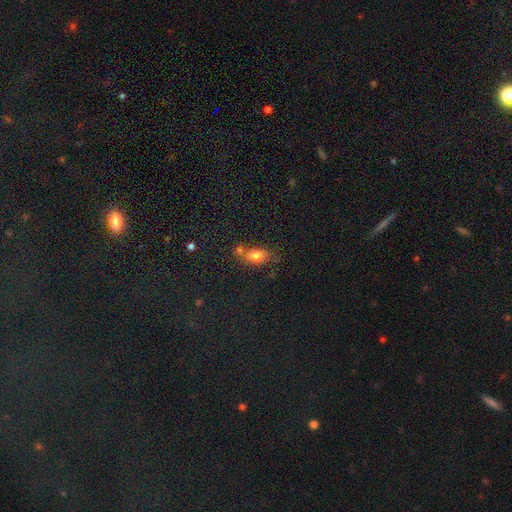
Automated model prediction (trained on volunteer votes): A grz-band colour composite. It shows a smooth galaxy with no disk features (77%) that is in between round and cigar-shaped (80%). Merging: none (52%).